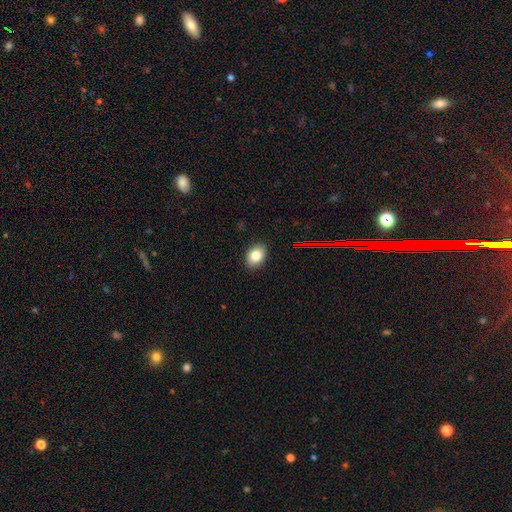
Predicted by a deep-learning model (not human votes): Q: Smooth or featured?
A: smooth (82%); runner-up: star or artifact (10%)
Q: How rounded?
A: in between (70%); runner-up: round (29%)
Q: Merging?
A: none (89%); runner-up: minor disturbance (8%)